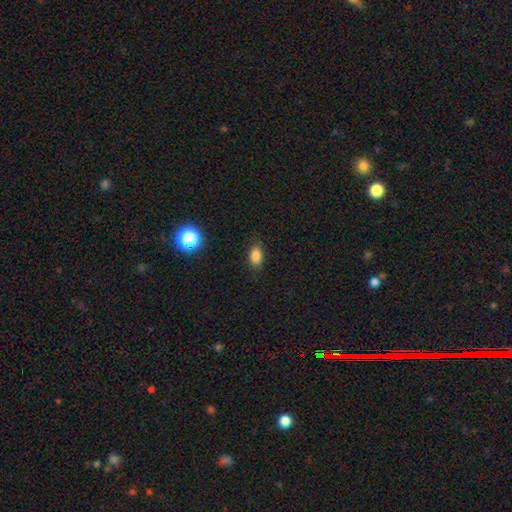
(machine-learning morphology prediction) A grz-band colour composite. It shows a smooth galaxy with no disk features (83%) that is in between round and cigar-shaped (85%). Merging: none (85%).